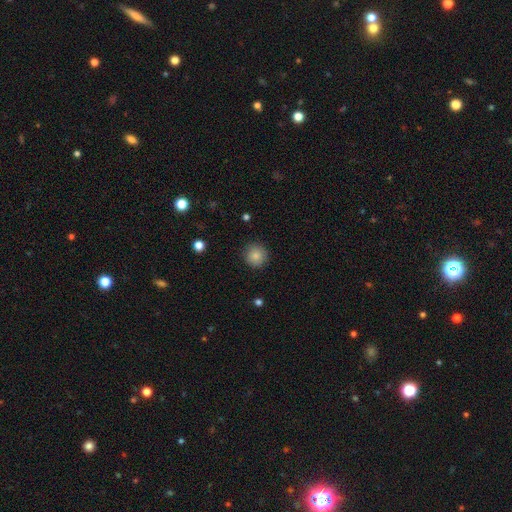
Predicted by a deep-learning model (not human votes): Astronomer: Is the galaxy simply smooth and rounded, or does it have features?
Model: smooth — 85%.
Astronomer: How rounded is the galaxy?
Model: round — 94%.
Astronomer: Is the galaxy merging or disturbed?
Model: none — 89%.